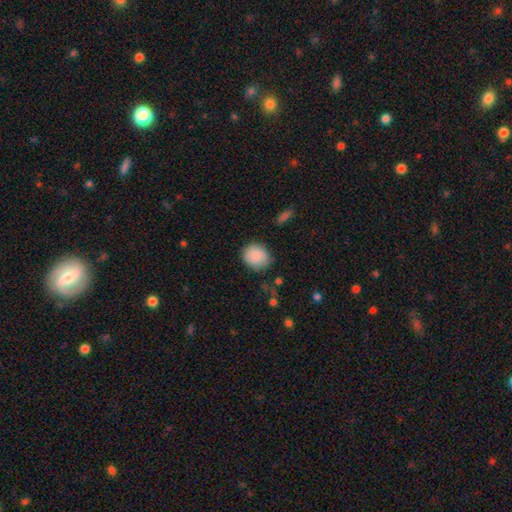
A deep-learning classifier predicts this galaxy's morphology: type=smooth (88%); roundness=round (74%); merging=none (80%).